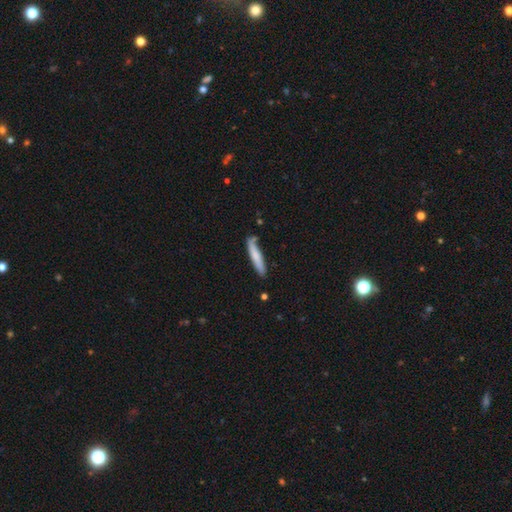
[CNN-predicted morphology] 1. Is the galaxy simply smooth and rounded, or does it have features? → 72% smooth, 23% featured or disk, 5% star or artifact.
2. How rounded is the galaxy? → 91% cigar-shaped, 7% in between, 1% round.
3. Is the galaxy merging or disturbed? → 75% none, 17% minor disturbance, 5% merger, 3% major disturbance.